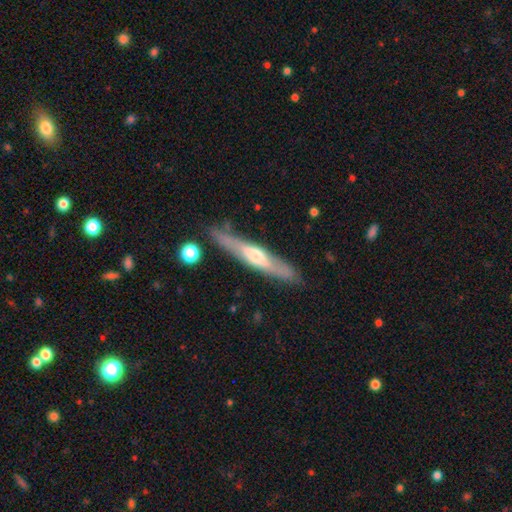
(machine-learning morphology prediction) featured or disk 60%, smooth 34%, star or artifact 6%. Down the decision tree: edge-on disk — yes (85%); edge-on bulge — rounded (74%); merging — none (82%).